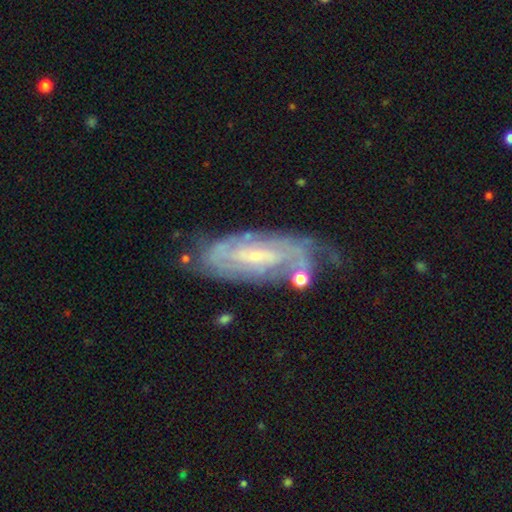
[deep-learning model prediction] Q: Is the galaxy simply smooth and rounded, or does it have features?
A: featured or disk — 80%.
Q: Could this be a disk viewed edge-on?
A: no — 88%.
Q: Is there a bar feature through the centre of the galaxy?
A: weak — 45%.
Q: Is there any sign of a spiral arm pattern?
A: yes — 90%.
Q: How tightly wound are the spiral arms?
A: tight — 63%.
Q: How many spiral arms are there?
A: can't tell — 47%.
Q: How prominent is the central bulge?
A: small — 71%.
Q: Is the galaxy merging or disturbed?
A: none — 60%.